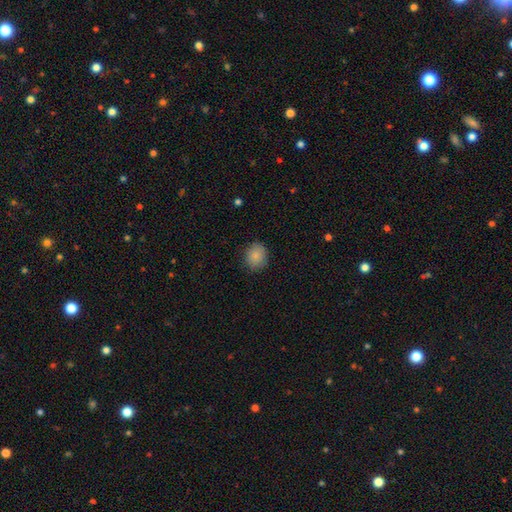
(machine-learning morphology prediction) A smooth galaxy with no disk features (86%) that is round (64%).

Vote fractions:
- Smooth or featured? smooth: 86% / star or artifact: 8% / featured or disk: 5%
- How rounded? round: 64% / in between: 35% / cigar-shaped: 1%
- Merging? none: 85% / minor disturbance: 12% / major disturbance: 3% / merger: 1%